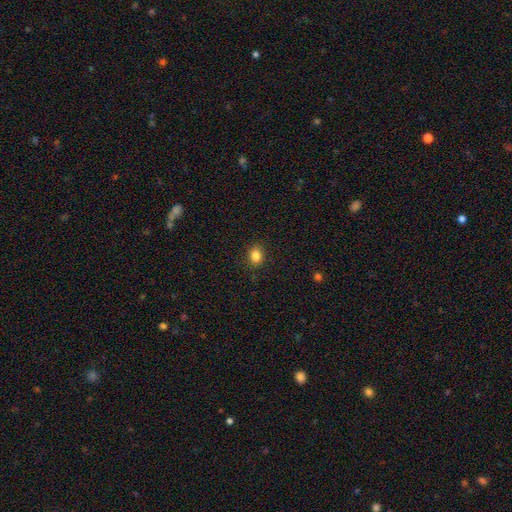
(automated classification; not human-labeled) This is clearly a smooth galaxy (84%). How rounded: possibly round (53%). Merging: clearly none (88%).